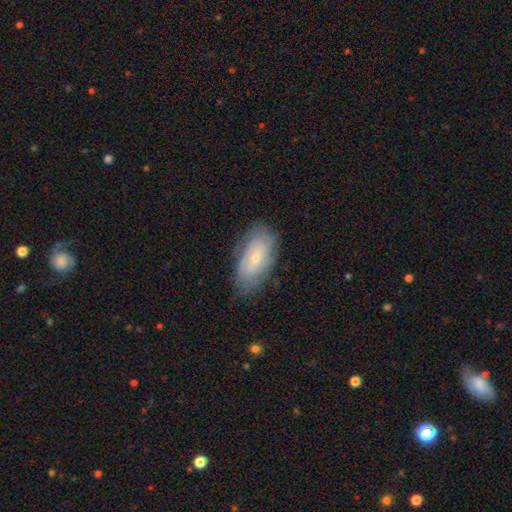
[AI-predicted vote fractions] Morphology: type=featured or disk (50%); edge-on=no (90%); merging=none (73%).